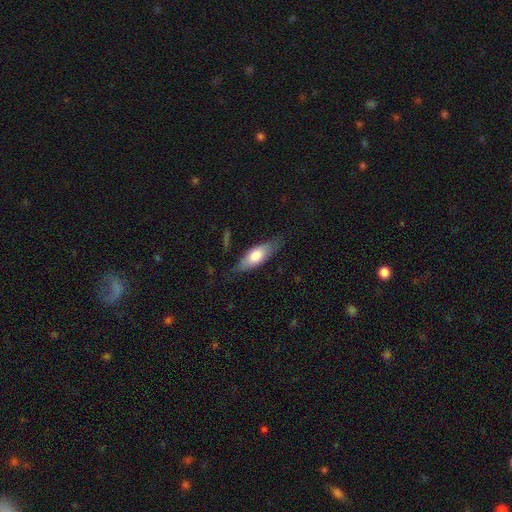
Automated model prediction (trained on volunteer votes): The model was most divided on "how rounded": in between: 69%, cigar-shaped: 28%, round: 2%. More confident: merging — none (73%); smooth or featured — smooth (70%).